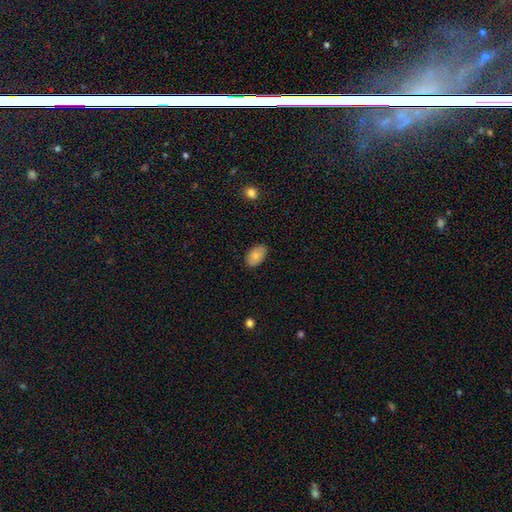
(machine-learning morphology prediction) smooth_or_featured: smooth (p=0.83) [alt: featured or disk p=0.10]
how_rounded: in between (p=0.90) [alt: round p=0.09]
merging: none (p=0.84) [alt: minor disturbance p=0.13]